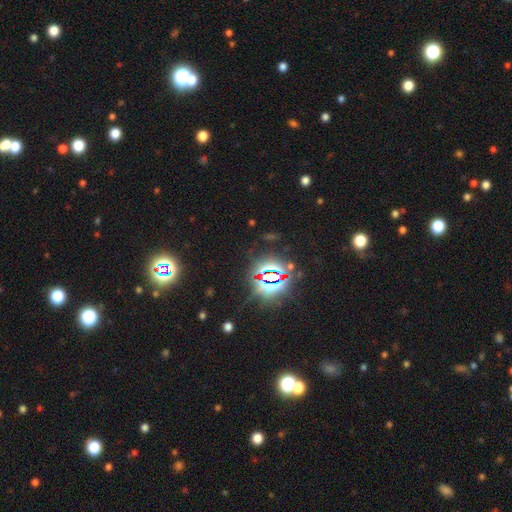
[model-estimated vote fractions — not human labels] smooth_or_featured: star or artifact (p=0.83) [alt: smooth p=0.11]